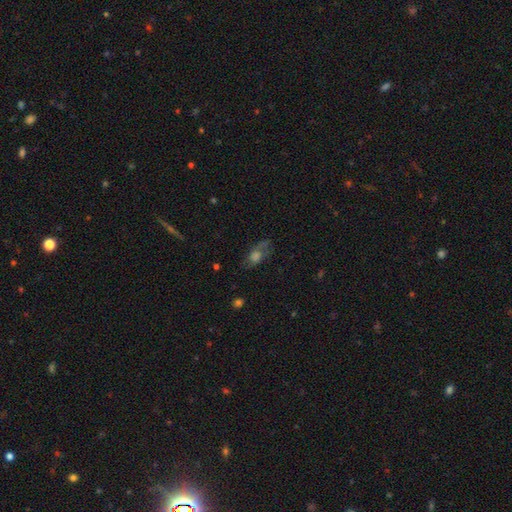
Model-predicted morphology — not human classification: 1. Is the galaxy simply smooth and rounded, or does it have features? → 40% featured or disk, 39% smooth, 21% star or artifact.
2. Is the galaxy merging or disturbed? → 55% none, 23% minor disturbance, 20% major disturbance, 3% merger.